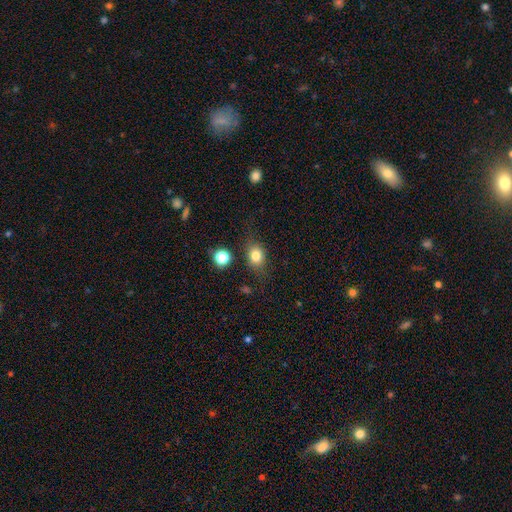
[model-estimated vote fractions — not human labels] smooth-or-featured: smooth: 78% | star or artifact: 12% | featured or disk: 10%
  how-rounded: in between: 51% | round: 47% | cigar-shaped: 2%
  merging: none: 72% | minor disturbance: 17% | major disturbance: 7% | merger: 4%